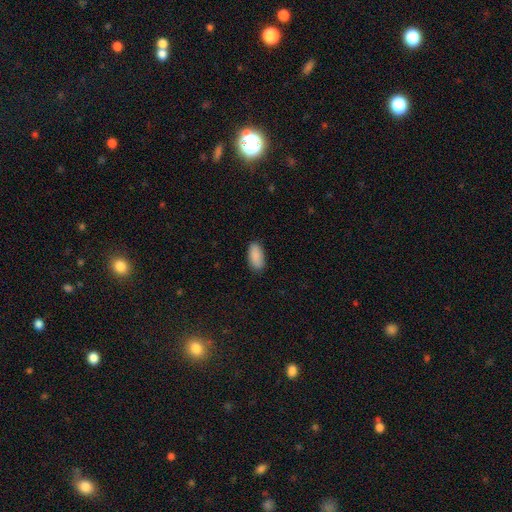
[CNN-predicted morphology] type=smooth (90%); roundness=in between (92%); merging=none (86%).